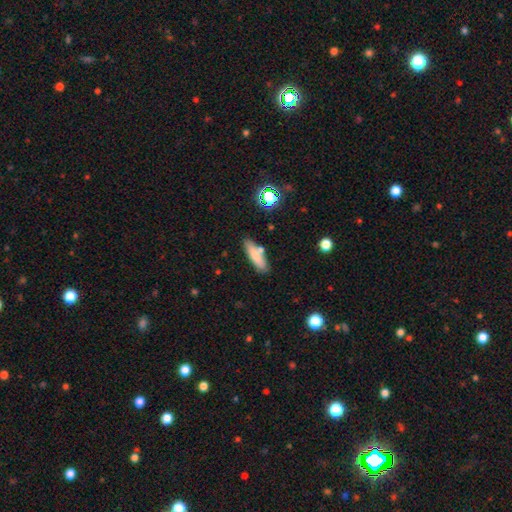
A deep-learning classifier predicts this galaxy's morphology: A smooth galaxy with no disk features (73%) that is cigar-shaped (62%).

Vote fractions:
- Smooth or featured? smooth: 73% / featured or disk: 18% / star or artifact: 8%
- How rounded? cigar-shaped: 62% / in between: 36% / round: 2%
- Merging? none: 73% / minor disturbance: 14% / merger: 11% / major disturbance: 3%